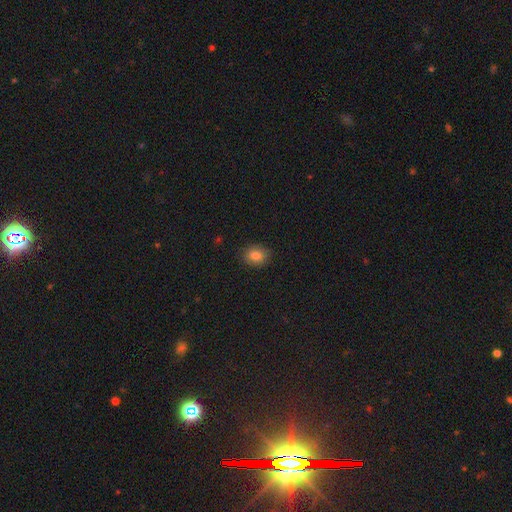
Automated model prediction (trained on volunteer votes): A smooth galaxy with no disk features (82%) that is in between round and cigar-shaped (50%).

Vote fractions:
- Smooth or featured? smooth: 82% / star or artifact: 10% / featured or disk: 8%
- How rounded? in between: 50% / round: 49% / cigar-shaped: 1%
- Merging? none: 89% / minor disturbance: 8% / major disturbance: 2% / merger: 1%